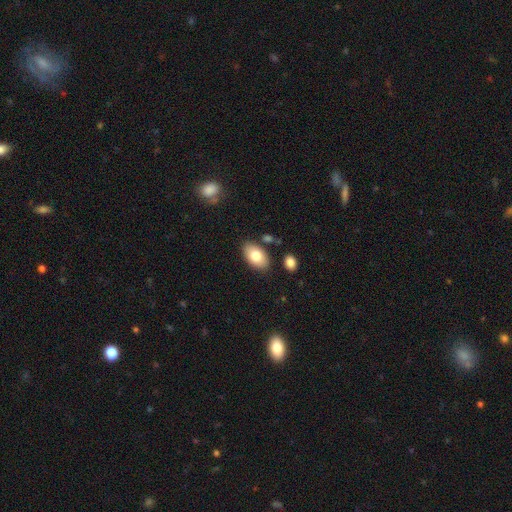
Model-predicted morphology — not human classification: The model was most divided on "smooth or featured": smooth: 80%, featured or disk: 14%, star or artifact: 7%. More confident: how rounded — in between (94%); merging — none (83%).